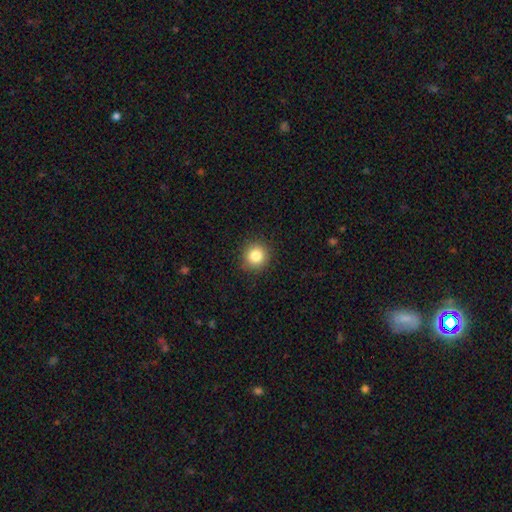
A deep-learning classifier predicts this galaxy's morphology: Smooth or featured? smooth (83%)
How rounded? round (93%)
Merging? none (90%)